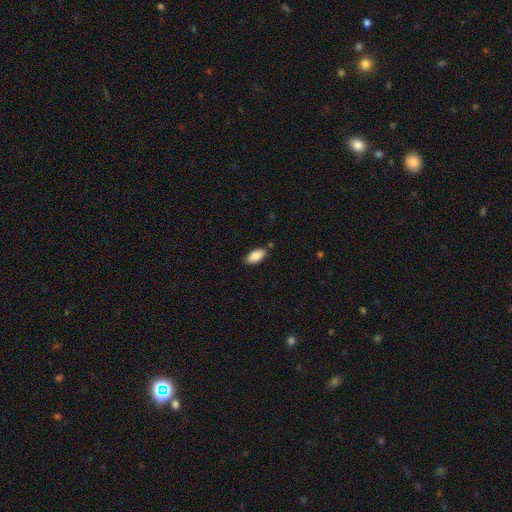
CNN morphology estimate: Smooth or featured?
  - smooth: 87% *
  - featured or disk: 7%
  - star or artifact: 6%
How rounded?
  - in between: 92% *
  - cigar-shaped: 7%
  - round: 2%
Merging?
  - none: 81% *
  - minor disturbance: 14%
  - merger: 3%
  - major disturbance: 2%